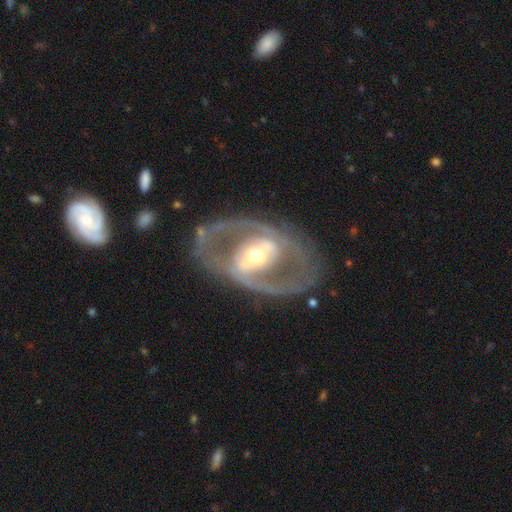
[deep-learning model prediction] Smooth or featured? Predicted: featured or disk (p=0.83). Edge-on disk? Predicted: no (p=0.93). Bar? Predicted: strong (p=0.48). Spiral arms? Predicted: yes (p=0.61). Bulge size? Predicted: moderate (p=0.64). Merging? Predicted: none (p=0.71).